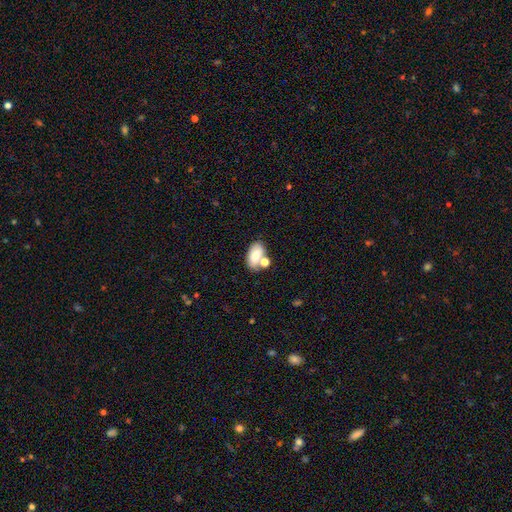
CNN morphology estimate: This appears to be a smooth galaxy with no disk features (76%) that is in between round and cigar-shaped (90%). Merging: none (50%).